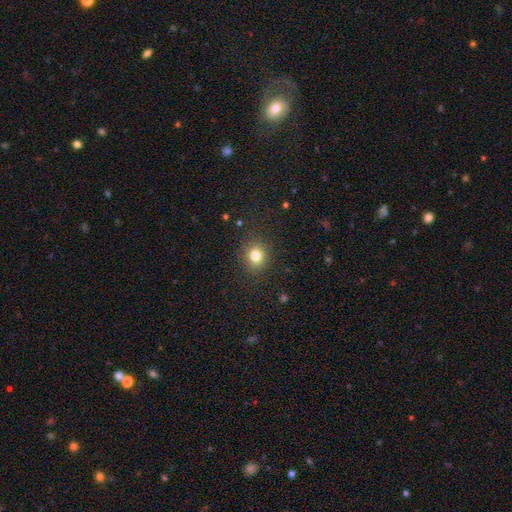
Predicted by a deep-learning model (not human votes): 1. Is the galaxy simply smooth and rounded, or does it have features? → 80% smooth, 13% star or artifact, 7% featured or disk.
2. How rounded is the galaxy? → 74% round, 25% in between, 1% cigar-shaped.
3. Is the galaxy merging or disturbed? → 86% none, 9% minor disturbance, 3% major disturbance, 1% merger.